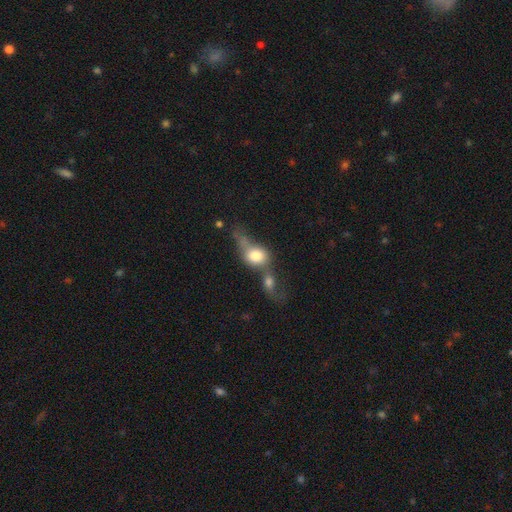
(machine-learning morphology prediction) This appears to be a smooth galaxy with no disk features (67%) that is in between round and cigar-shaped (50%). Merging: merger (62%).